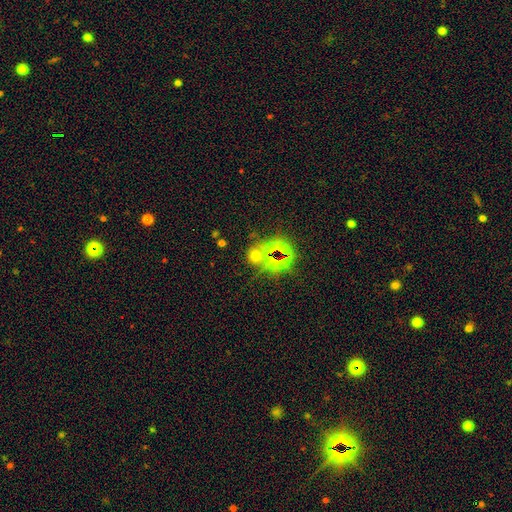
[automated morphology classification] Smooth or featured: smooth — 46% (star or artifact — 45%)
Merging: none — 64% (merger — 20%)